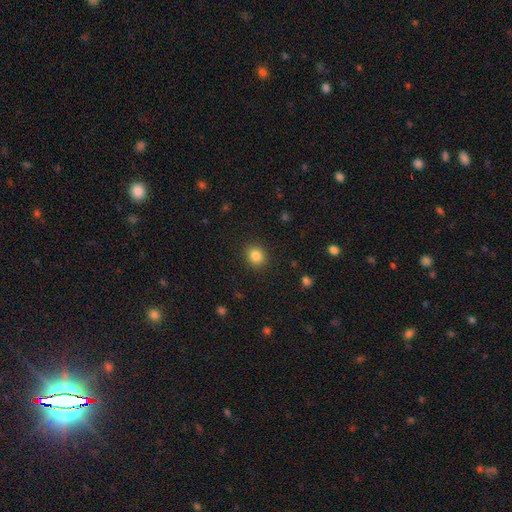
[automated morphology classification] A smooth galaxy with no disk features (84%) that is round (75%).

Vote fractions:
- Smooth or featured? smooth: 84% / star or artifact: 11% / featured or disk: 5%
- How rounded? round: 75% / in between: 24% / cigar-shaped: 1%
- Merging? none: 89% / minor disturbance: 7% / major disturbance: 2% / merger: 1%